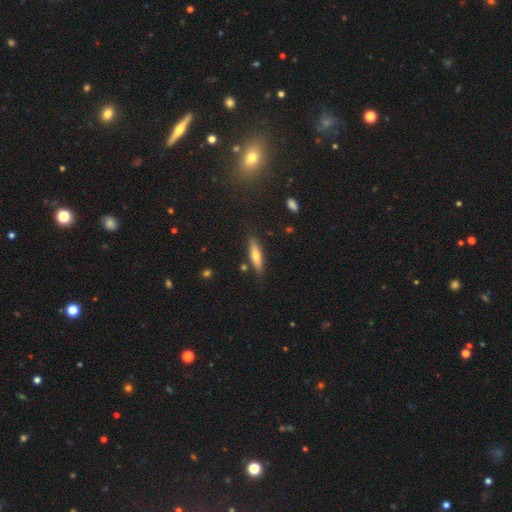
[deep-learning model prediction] This is possibly a smooth galaxy (59%). How rounded: likely cigar-shaped (75%). Merging: clearly none (82%).